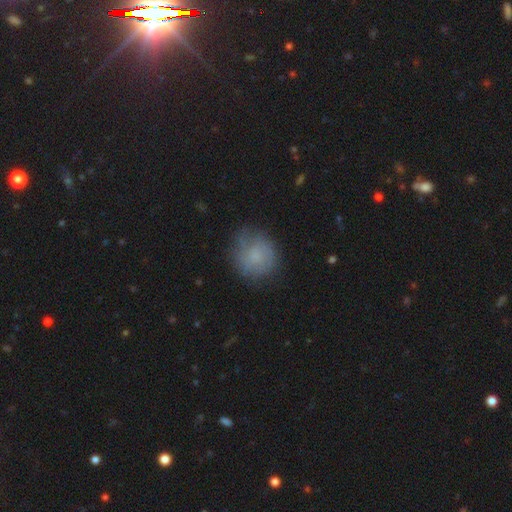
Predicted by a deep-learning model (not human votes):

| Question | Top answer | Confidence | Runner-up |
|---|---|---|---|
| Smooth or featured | smooth | 68% | featured or disk (23%) |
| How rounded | round | 80% | in between (19%) |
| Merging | none | 66% | minor disturbance (23%) |